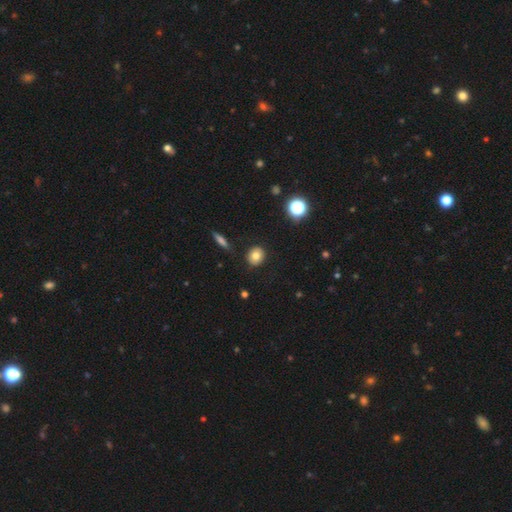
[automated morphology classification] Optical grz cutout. It shows a smooth galaxy with no disk features (78%) that is round (74%). Merging: none (89%).